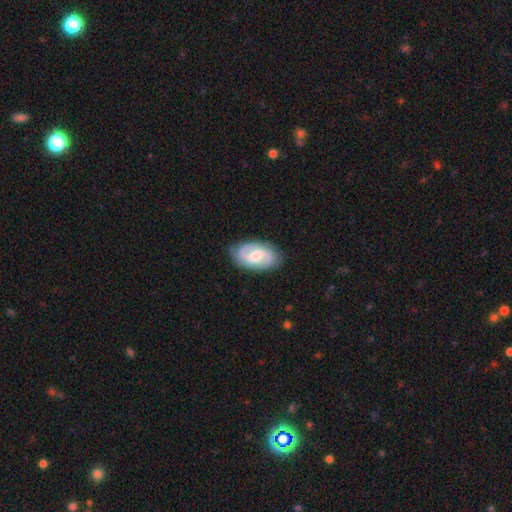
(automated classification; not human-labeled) smooth-or-featured: featured or disk: 77% | smooth: 18% | star or artifact: 5%
  disk-edge-on: no: 97% | yes: 3%
    bar: weak: 55% | no: 28% | strong: 17%
    has-spiral-arms: yes: 92% | no: 8%
      spiral-winding: medium: 49% | tight: 32% | loose: 19%
      spiral-arm-count: 2: 87% | can't tell: 7% | 1: 3% | 3: 2% | 4: 1% | more than 4: 1%
    bulge-size: moderate: 57% | small: 20% | large: 17% | none: 5% | dominant: 2%
  merging: none: 80% | minor disturbance: 15% | major disturbance: 4% | merger: 1%